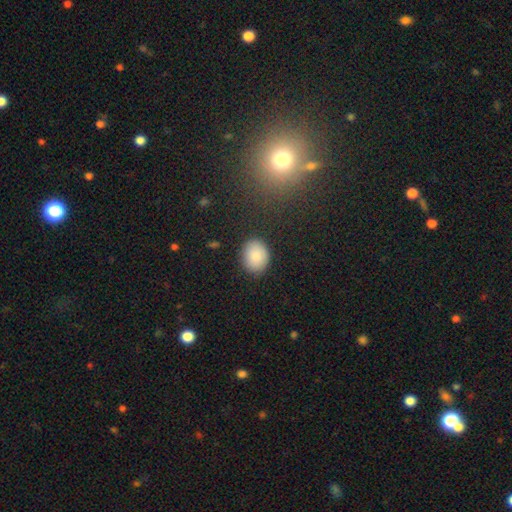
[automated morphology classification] A smooth galaxy with no disk features (88%) that is in between round and cigar-shaped (57%). Merging: none (85%).